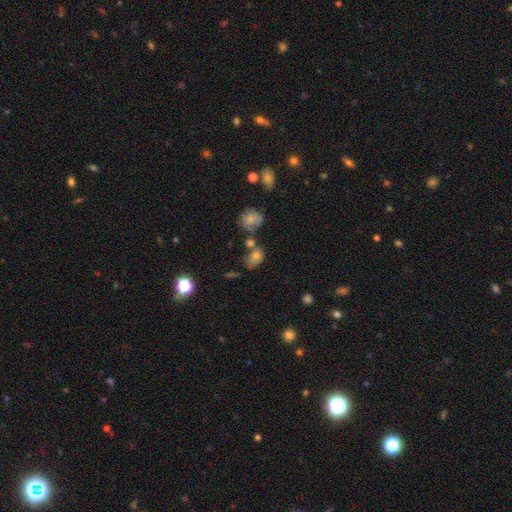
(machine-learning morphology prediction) Overall: smooth (69%). How rounded: in between (66%; round 32%). Merging: none (40%; merger 27%).